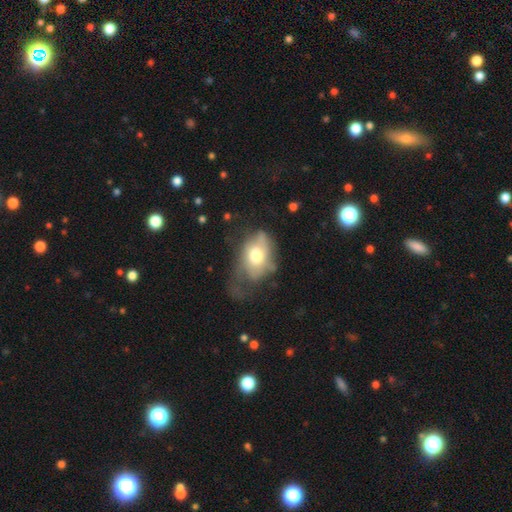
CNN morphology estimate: smooth-or-featured: smooth: 46% | featured or disk: 44% | star or artifact: 10%
  merging: major disturbance: 36% | none: 31% | minor disturbance: 30% | merger: 3%